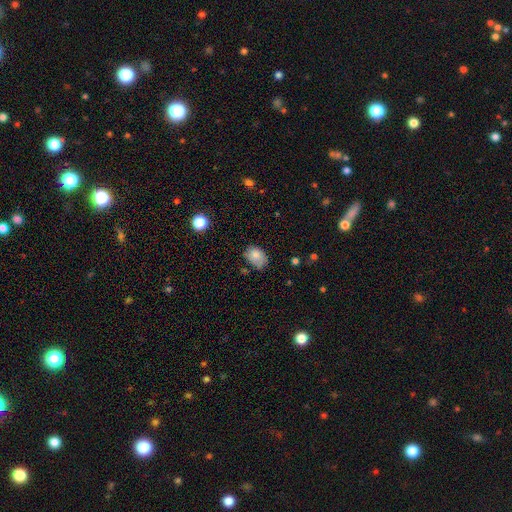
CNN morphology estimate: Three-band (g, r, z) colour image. It shows a smooth galaxy with no disk features (78%) that is in between round and cigar-shaped (74%). Merging: none (53%).